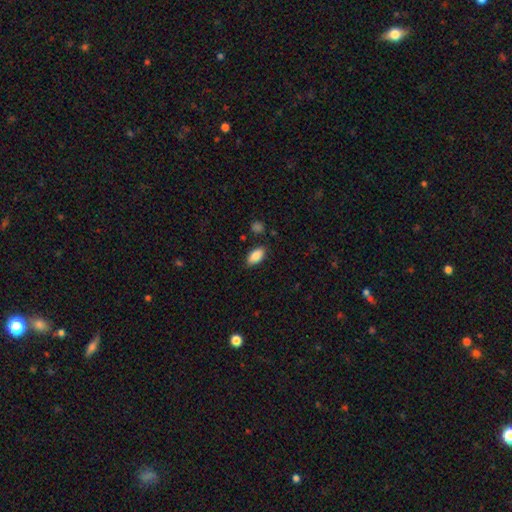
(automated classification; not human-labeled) smooth-or-featured: smooth: 87% | star or artifact: 7% | featured or disk: 6%
  how-rounded: in between: 93% | cigar-shaped: 4% | round: 3%
  merging: none: 84% | minor disturbance: 12% | major disturbance: 3% | merger: 2%